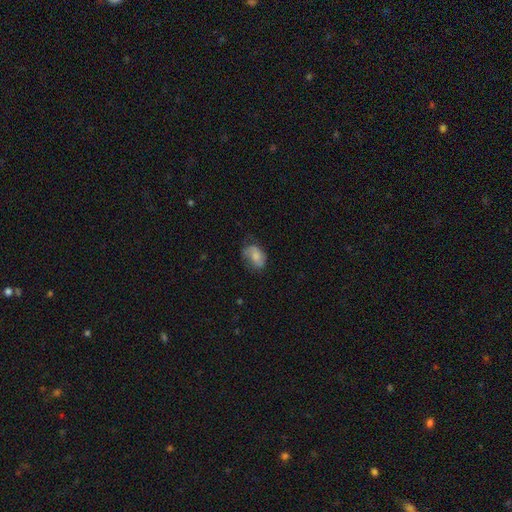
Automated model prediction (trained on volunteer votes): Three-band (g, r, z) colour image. It shows a smooth galaxy with no disk features (63%) that is in between round and cigar-shaped (80%). Merging: none (50%).